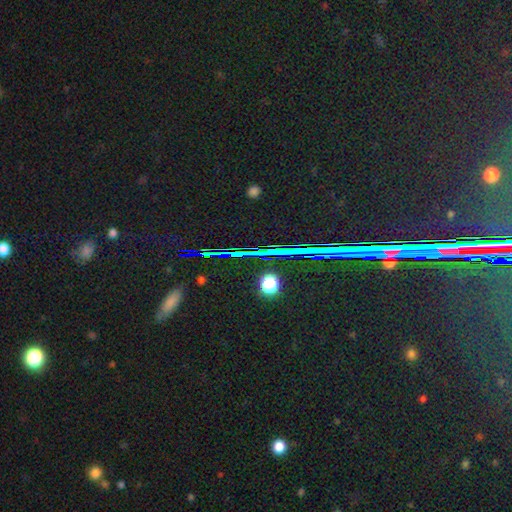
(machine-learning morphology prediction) smooth-or-featured: star or artifact: 73% | smooth: 17% | featured or disk: 10%